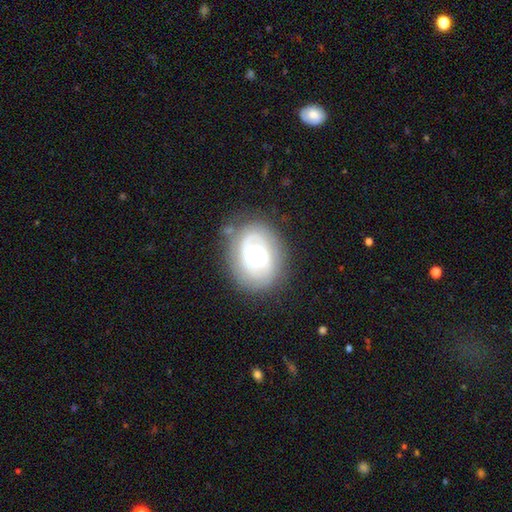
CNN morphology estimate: A featured or disk galaxy (70%) with no bar (63%), 2 (49%) tight (52%) spiral arms (81%) and a moderate central bulge (60%).

Vote fractions:
- Smooth or featured? featured or disk: 70% / smooth: 23% / star or artifact: 7%
- Edge-on disk? no: 97% / yes: 3%
- Bar? no: 63% / weak: 29% / strong: 8%
- Spiral arms? yes: 81% / no: 19%
- Spiral winding? tight: 52% / medium: 33% / loose: 15%
- Spiral arm count? 2: 49% / can't tell: 21% / 1: 21% / 3: 5% / 4: 2% / more than 4: 2%
- Bulge size? moderate: 60% / large: 22% / small: 14% / dominant: 3% / none: 1%
- Merging? none: 71% / minor disturbance: 18% / major disturbance: 9% / merger: 2%